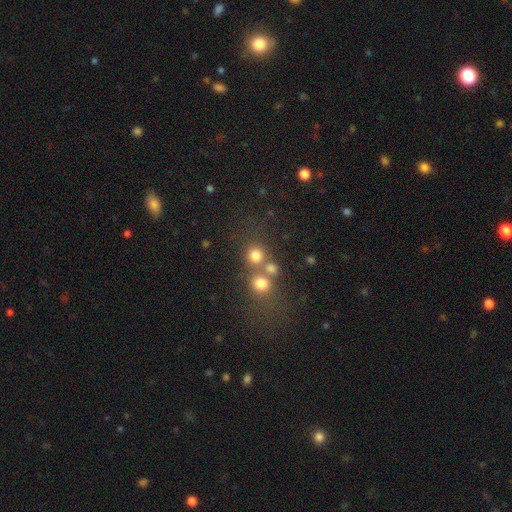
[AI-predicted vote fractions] A smooth galaxy with no disk features (76%) that is round (87%).

Vote fractions:
- Smooth or featured? smooth: 76% / star or artifact: 15% / featured or disk: 9%
- How rounded? round: 87% / in between: 11% / cigar-shaped: 1%
- Merging? none: 55% / merger: 33% / minor disturbance: 7% / major disturbance: 5%